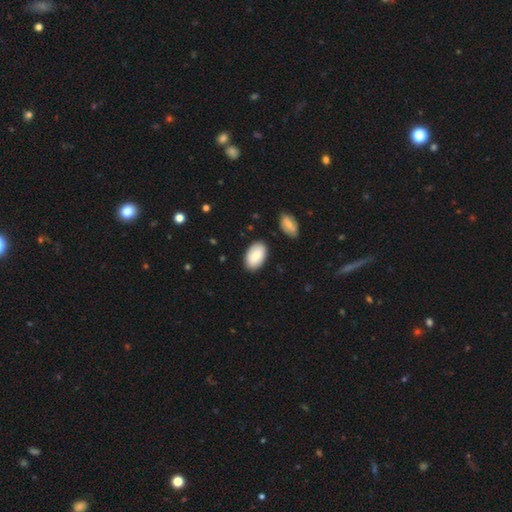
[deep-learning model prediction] Smooth or featured: smooth — 82% (featured or disk — 12%)
How rounded: in between — 94% (round — 4%)
Merging: none — 85% (minor disturbance — 10%)